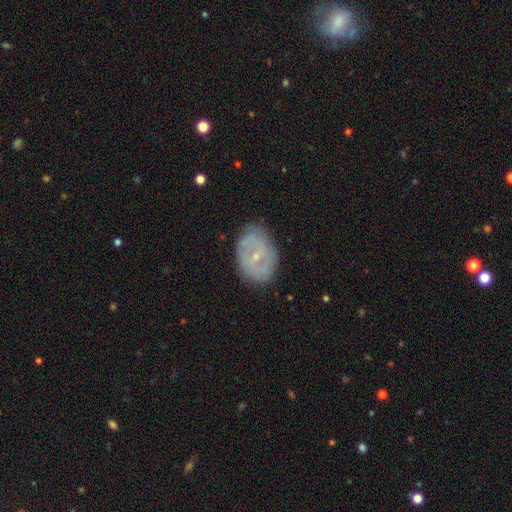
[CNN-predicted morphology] smooth-or-featured: featured or disk: 63% | smooth: 28% | star or artifact: 9%
  disk-edge-on: no: 95% | yes: 5%
    bar: weak: 43% | no: 42% | strong: 15%
    has-spiral-arms: yes: 60% | no: 40%
    bulge-size: small: 76% | moderate: 20% | none: 2% | large: 1% | dominant: 1%
  merging: none: 79% | minor disturbance: 16% | major disturbance: 4% | merger: 1%